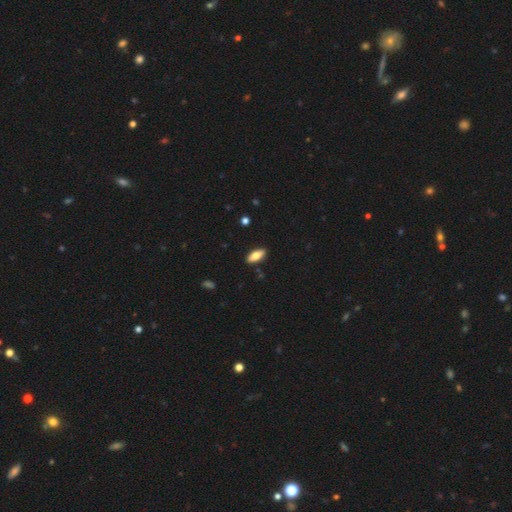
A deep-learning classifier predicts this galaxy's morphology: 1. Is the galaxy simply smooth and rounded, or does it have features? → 74% smooth, 20% featured or disk, 6% star or artifact.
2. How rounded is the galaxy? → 80% in between, 18% cigar-shaped, 2% round.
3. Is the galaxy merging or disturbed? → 88% none, 9% minor disturbance, 2% major disturbance, 1% merger.